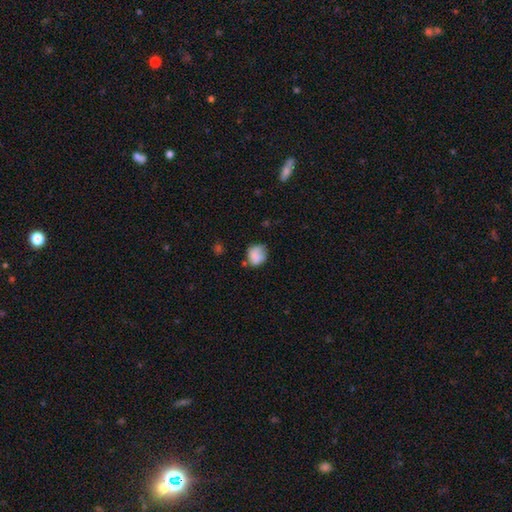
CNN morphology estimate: Q: Smooth or featured?
A: smooth (79%); runner-up: featured or disk (12%)
Q: How rounded?
A: round (68%); runner-up: in between (31%)
Q: Merging?
A: none (56%); runner-up: minor disturbance (28%)